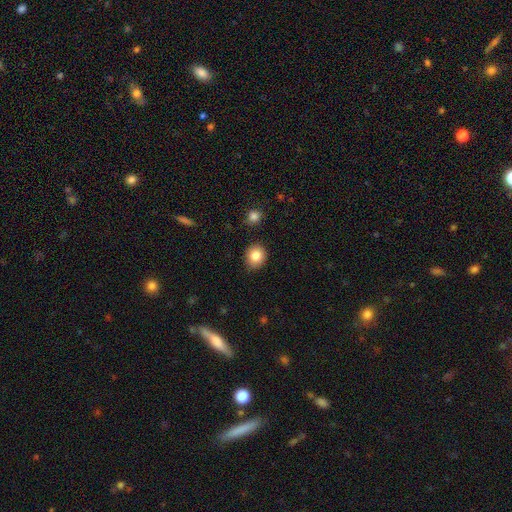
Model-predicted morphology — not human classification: type=smooth (84%); roundness=round (77%); merging=none (87%).